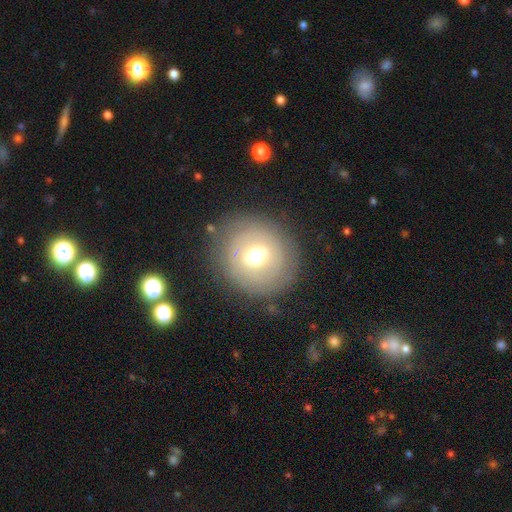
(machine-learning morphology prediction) Smooth or featured? Predicted: smooth (p=0.50). Merging? Predicted: none (p=0.80).